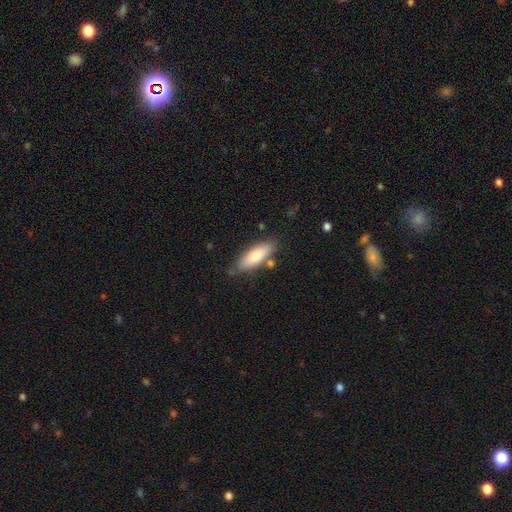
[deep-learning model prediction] A smooth galaxy with no disk features (75%) that is in between round and cigar-shaped (61%).

Vote fractions:
- Smooth or featured? smooth: 75% / featured or disk: 20% / star or artifact: 6%
- How rounded? in between: 61% / cigar-shaped: 37% / round: 2%
- Merging? none: 75% / minor disturbance: 16% / merger: 6% / major disturbance: 3%